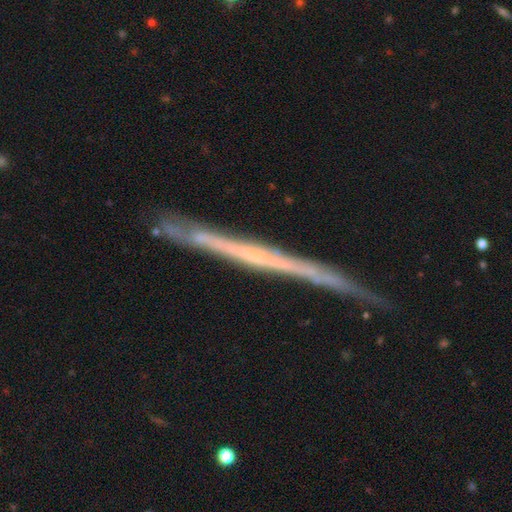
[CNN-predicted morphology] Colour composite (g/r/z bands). It shows a featured or disk galaxy (71%) viewed edge-on (97%) with no central bulge (86%). Merging: none (82%).